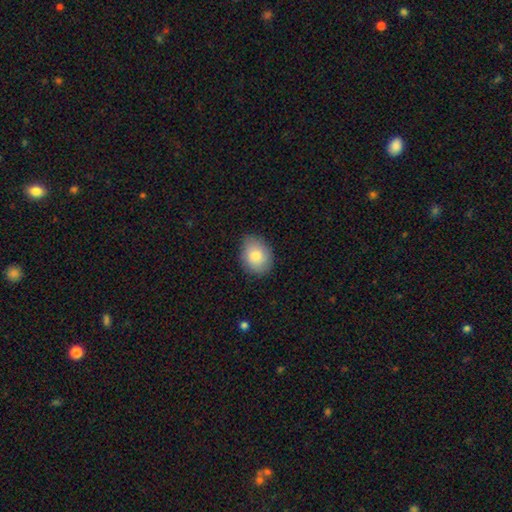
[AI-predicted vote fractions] The model was most divided on "how rounded": in between: 66%, round: 33%, cigar-shaped: 1%. More confident: smooth or featured — smooth (84%); merging — none (81%).